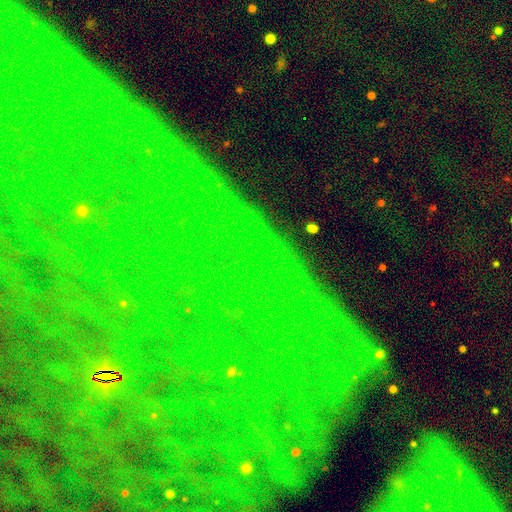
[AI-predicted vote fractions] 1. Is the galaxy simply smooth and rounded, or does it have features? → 84% star or artifact, 8% featured or disk, 8% smooth.